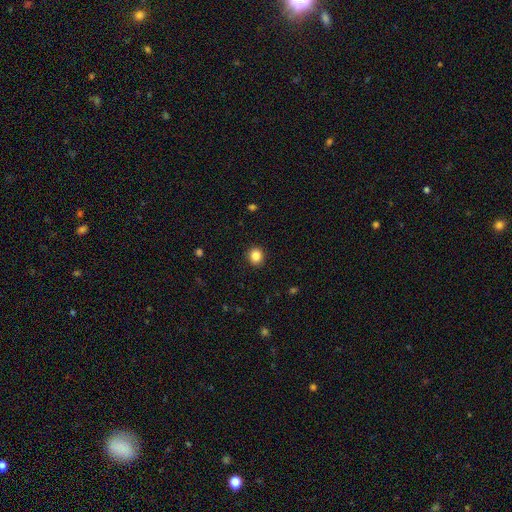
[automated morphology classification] Smooth or featured?
  - smooth: 86% *
  - star or artifact: 10%
  - featured or disk: 4%
How rounded?
  - round: 81% *
  - in between: 18%
  - cigar-shaped: 1%
Merging?
  - none: 91% *
  - minor disturbance: 6%
  - major disturbance: 2%
  - merger: 1%